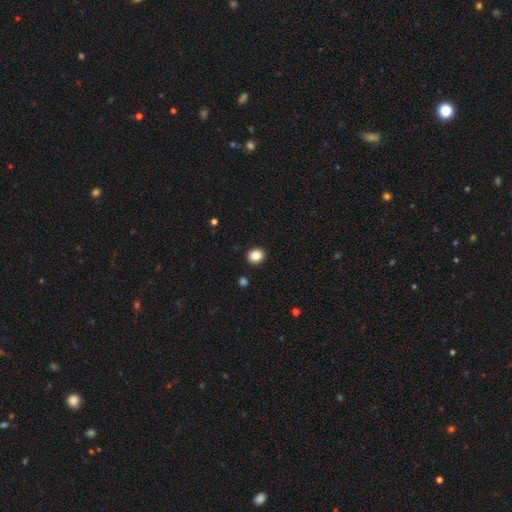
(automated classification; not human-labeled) This is clearly a smooth galaxy (87%). How rounded: likely round (74%). Merging: clearly none (91%).